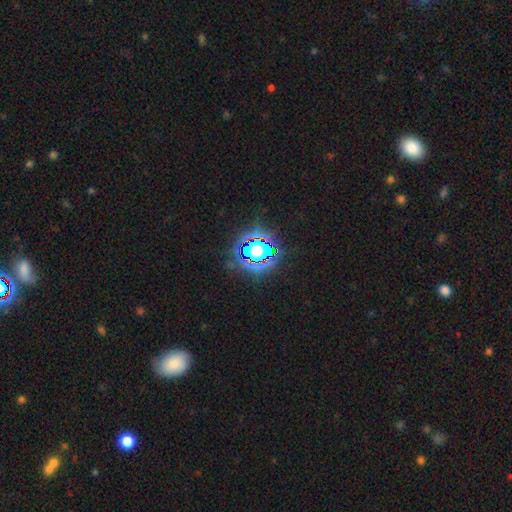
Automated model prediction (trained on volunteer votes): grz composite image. It shows a star or artifact, not a galaxy (64%).